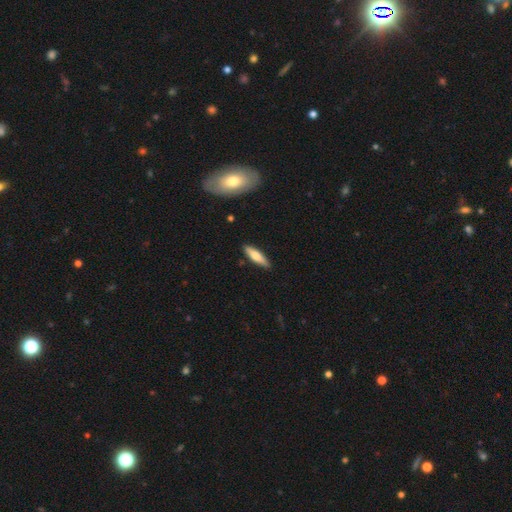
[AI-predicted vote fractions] smooth-or-featured: smooth: 67% | featured or disk: 27% | star or artifact: 5%
  how-rounded: cigar-shaped: 68% | in between: 30% | round: 2%
  merging: none: 87% | minor disturbance: 10% | major disturbance: 2% | merger: 2%